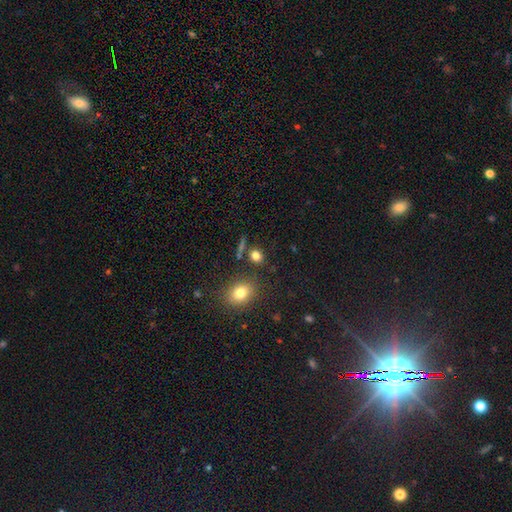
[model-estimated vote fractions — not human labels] The model was most divided on "how rounded": round: 64%, in between: 33%, cigar-shaped: 2%. More confident: smooth or featured — smooth (79%); merging — none (77%).